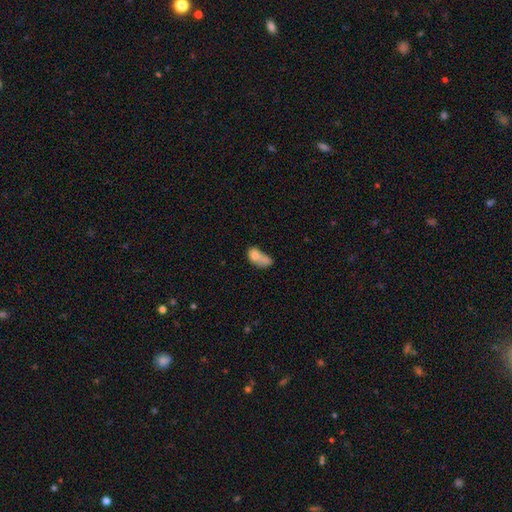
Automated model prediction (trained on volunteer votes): smooth_or_featured: smooth (p=0.68) [alt: featured or disk p=0.23]
how_rounded: in between (p=0.80) [alt: round p=0.17]
merging: merger (p=0.45) [alt: major disturbance p=0.21]